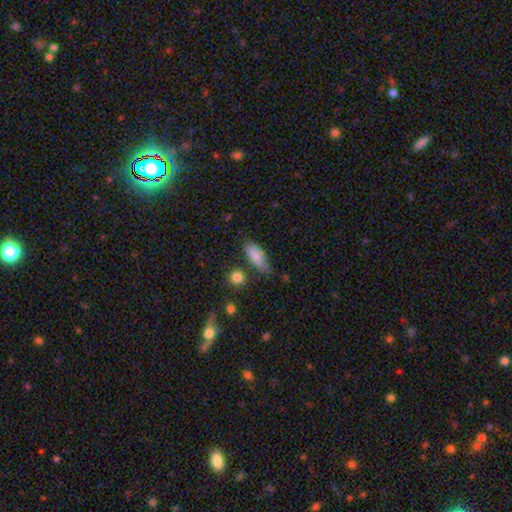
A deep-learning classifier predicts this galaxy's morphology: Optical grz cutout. It shows a smooth galaxy with no disk features (83%) that is in between round and cigar-shaped (71%). Merging: none (60%).